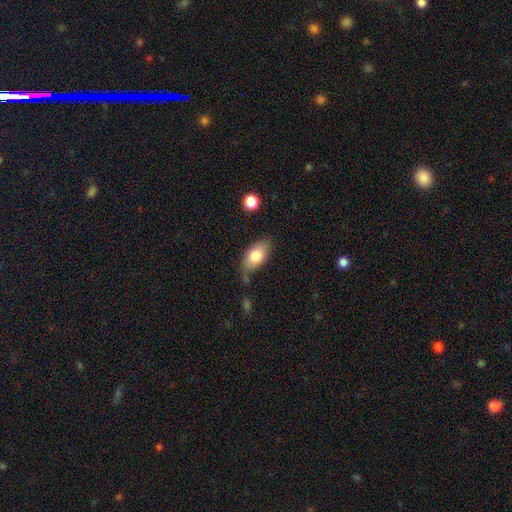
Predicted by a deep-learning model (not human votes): Smooth or featured? Predicted: smooth (p=0.79). How rounded? Predicted: in between (p=0.91). Merging? Predicted: none (p=0.69).